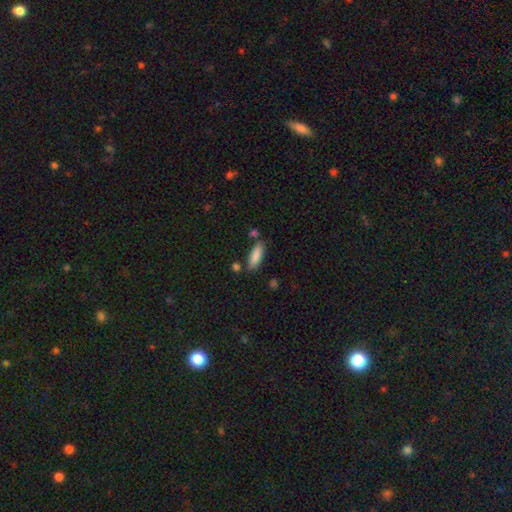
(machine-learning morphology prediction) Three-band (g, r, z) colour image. It shows a smooth galaxy with no disk features (87%) that is in between round and cigar-shaped (52%). Merging: none (76%).